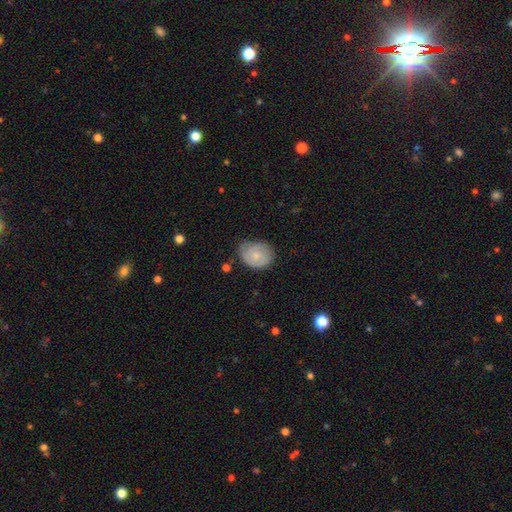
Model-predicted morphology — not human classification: smooth-or-featured: smooth: 62% | featured or disk: 31% | star or artifact: 7%
  how-rounded: in between: 51% | round: 48% | cigar-shaped: 1%
  merging: none: 57% | minor disturbance: 33% | major disturbance: 8% | merger: 2%